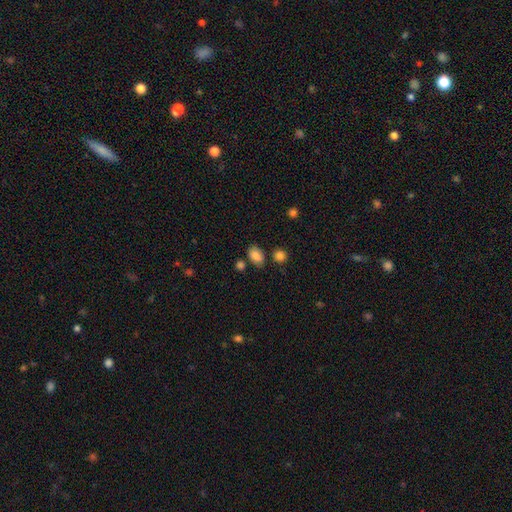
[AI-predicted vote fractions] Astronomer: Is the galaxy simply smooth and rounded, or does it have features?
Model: smooth — 84%.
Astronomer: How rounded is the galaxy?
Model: in between — 84%.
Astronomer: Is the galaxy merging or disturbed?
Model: none — 75%.